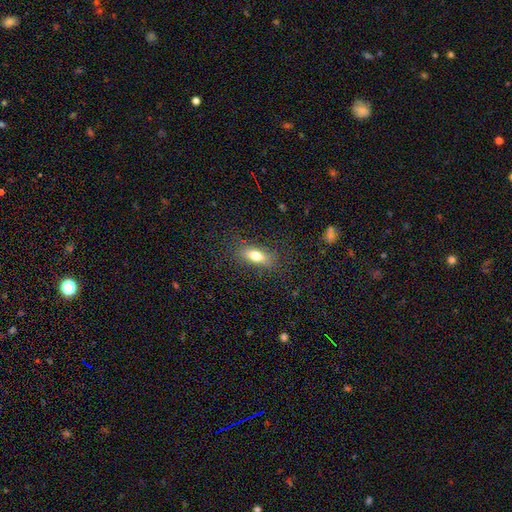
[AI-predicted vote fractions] Smooth or featured? smooth (75%)
How rounded? in between (74%)
Merging? none (83%)